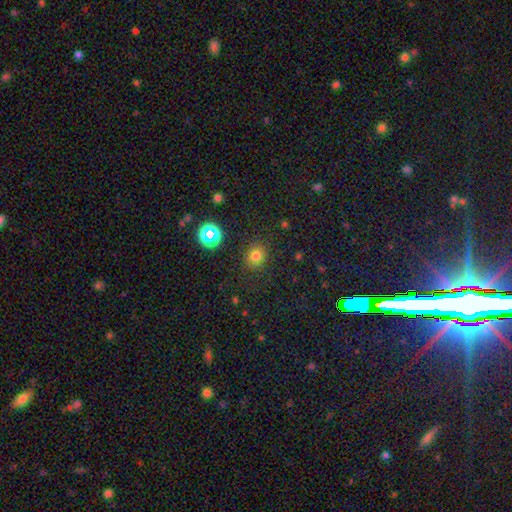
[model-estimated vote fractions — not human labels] Q: Smooth or featured?
A: smooth (74%); runner-up: star or artifact (20%)
Q: How rounded?
A: round (78%); runner-up: in between (21%)
Q: Merging?
A: none (85%); runner-up: minor disturbance (10%)